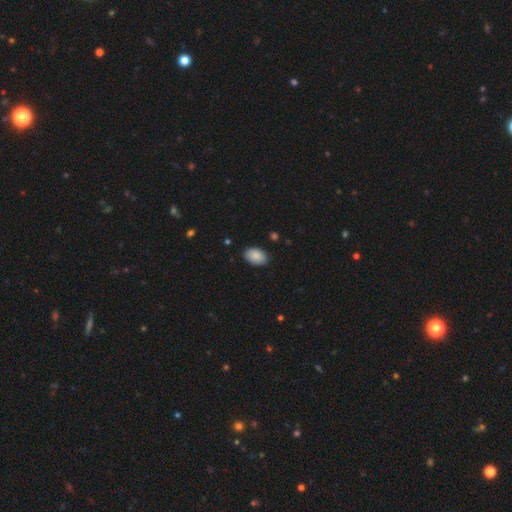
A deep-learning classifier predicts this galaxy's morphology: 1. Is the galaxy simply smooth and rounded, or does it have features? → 89% smooth, 7% star or artifact, 4% featured or disk.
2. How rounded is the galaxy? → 89% in between, 10% round, 1% cigar-shaped.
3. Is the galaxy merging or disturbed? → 88% none, 9% minor disturbance, 2% major disturbance, 1% merger.